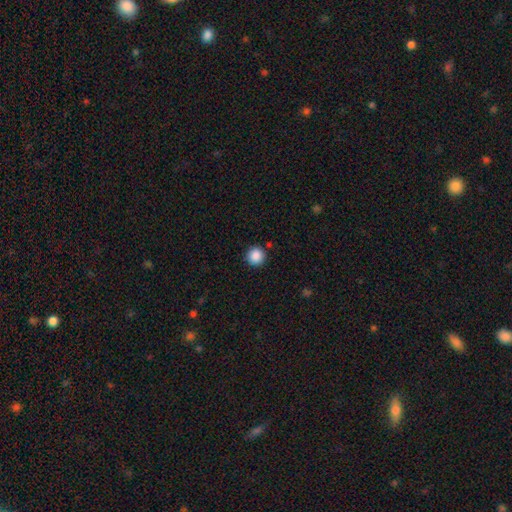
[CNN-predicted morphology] This is clearly a smooth galaxy (88%). How rounded: clearly round (95%). Merging: clearly none (90%).